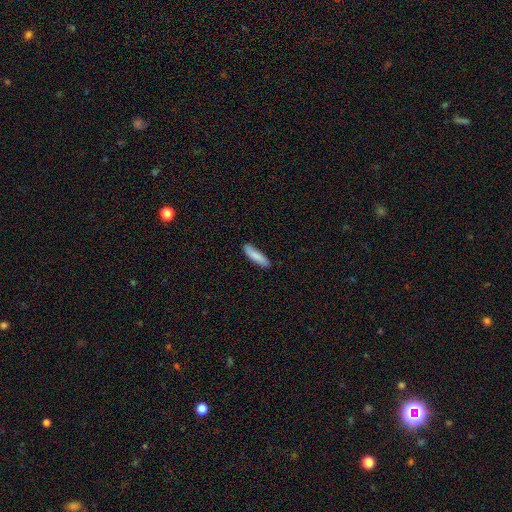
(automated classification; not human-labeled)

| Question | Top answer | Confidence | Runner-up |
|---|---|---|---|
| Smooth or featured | smooth | 85% | featured or disk (9%) |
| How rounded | cigar-shaped | 65% | in between (33%) |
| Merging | none | 82% | minor disturbance (14%) |